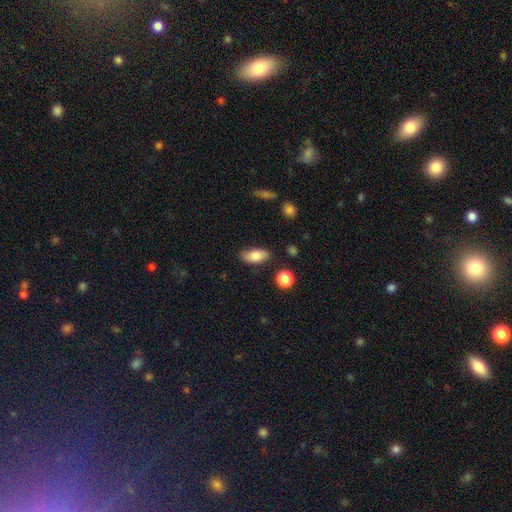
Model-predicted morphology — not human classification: This is clearly a smooth galaxy (80%). How rounded: clearly in between (88%). Merging: clearly none (82%).